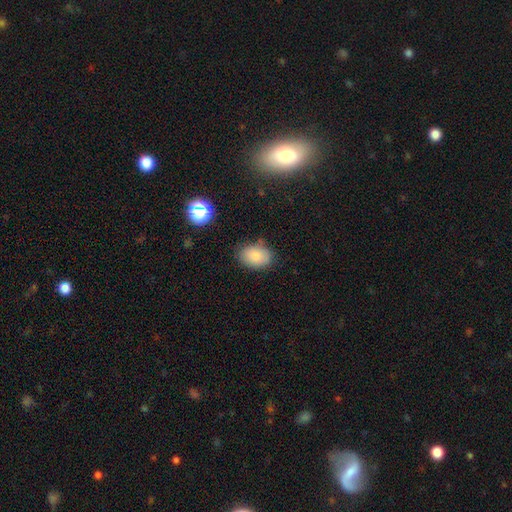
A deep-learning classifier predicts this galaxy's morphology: A smooth galaxy with no disk features (84%) that is in between round and cigar-shaped (77%).

Vote fractions:
- Smooth or featured? smooth: 84% / star or artifact: 9% / featured or disk: 7%
- How rounded? in between: 77% / round: 22% / cigar-shaped: 1%
- Merging? none: 79% / minor disturbance: 15% / major disturbance: 3% / merger: 2%